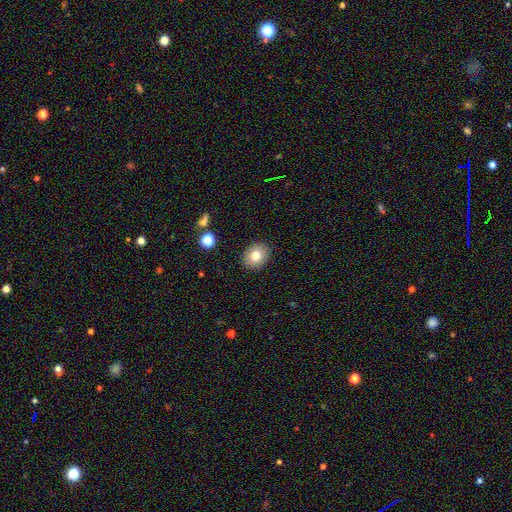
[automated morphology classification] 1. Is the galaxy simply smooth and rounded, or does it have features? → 78% smooth, 12% featured or disk, 10% star or artifact.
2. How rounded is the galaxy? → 52% round, 47% in between, 1% cigar-shaped.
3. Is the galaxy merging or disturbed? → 89% none, 7% minor disturbance, 2% major disturbance, 1% merger.